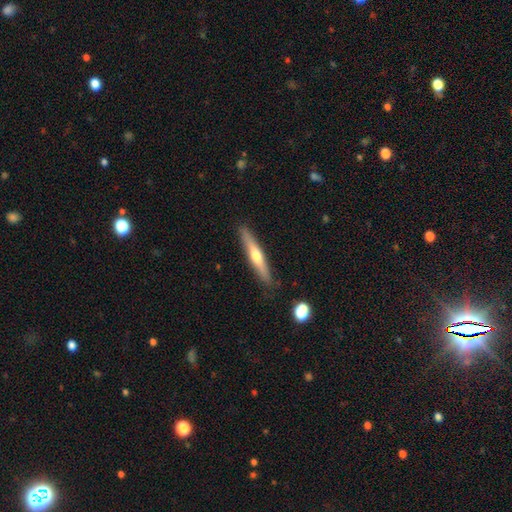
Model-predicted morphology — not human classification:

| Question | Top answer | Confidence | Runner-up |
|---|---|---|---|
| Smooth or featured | featured or disk | 50% | smooth (45%) |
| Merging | none | 87% | minor disturbance (9%) |